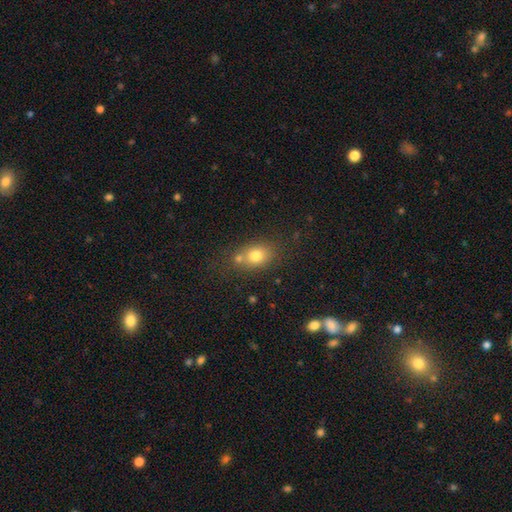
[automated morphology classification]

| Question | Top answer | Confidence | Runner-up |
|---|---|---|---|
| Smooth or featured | smooth | 76% | featured or disk (12%) |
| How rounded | in between | 57% | round (42%) |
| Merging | none | 56% | merger (27%) |